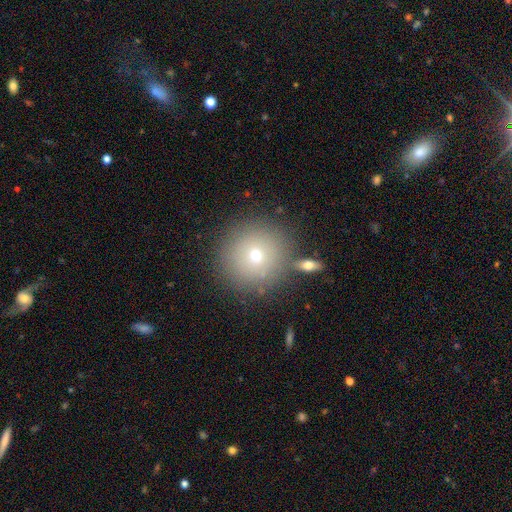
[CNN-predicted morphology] Smooth or featured? Predicted: smooth (p=0.68). How rounded? Predicted: round (p=0.95). Merging? Predicted: none (p=0.83).